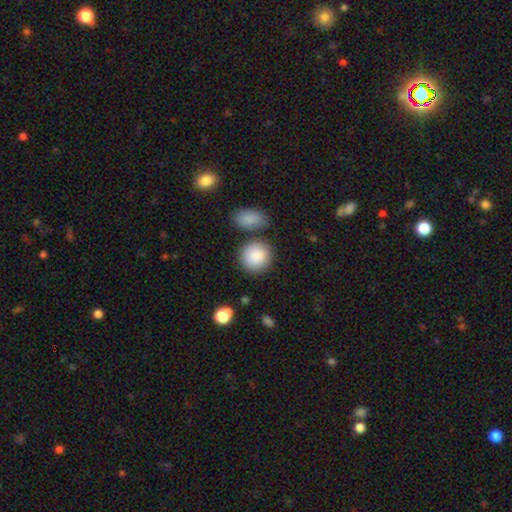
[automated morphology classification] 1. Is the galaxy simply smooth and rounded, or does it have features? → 89% smooth, 6% star or artifact, 5% featured or disk.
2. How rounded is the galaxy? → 86% round, 13% in between, 1% cigar-shaped.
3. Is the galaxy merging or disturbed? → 74% none, 12% merger, 11% minor disturbance, 4% major disturbance.